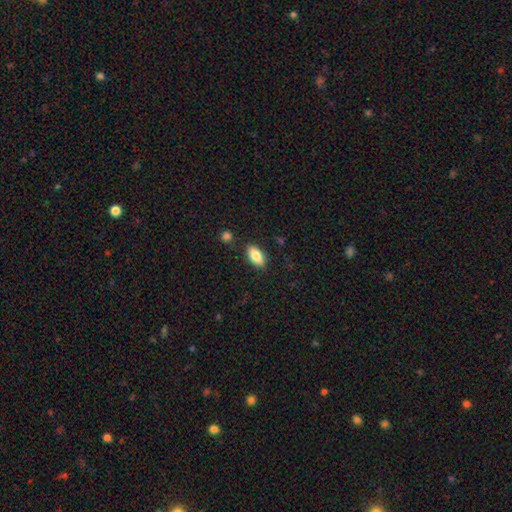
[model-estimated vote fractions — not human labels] Smooth or featured: smooth — 84% (featured or disk — 9%)
How rounded: in between — 90% (cigar-shaped — 7%)
Merging: none — 84% (minor disturbance — 11%)